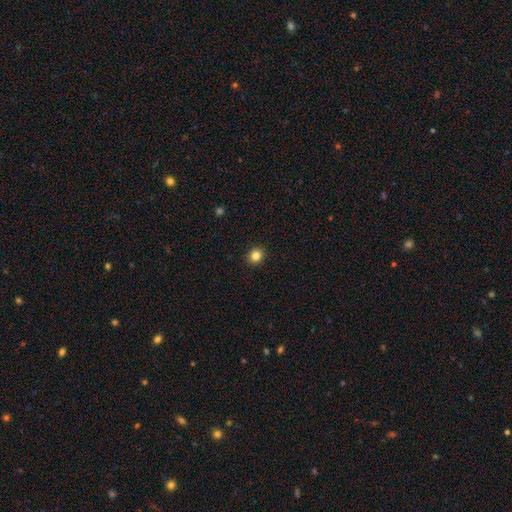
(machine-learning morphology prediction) This appears to be a smooth galaxy with no disk features (84%) that is round (82%). Merging: none (92%).